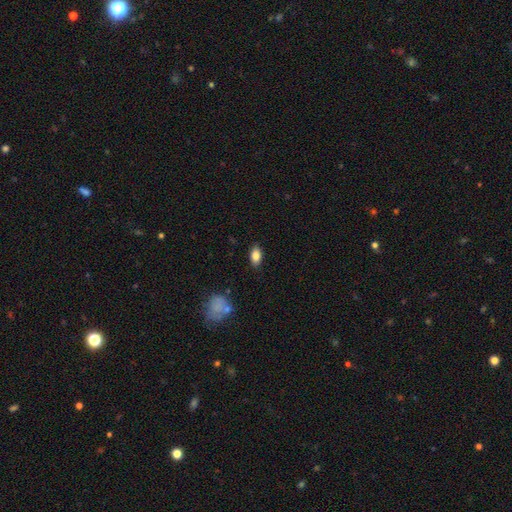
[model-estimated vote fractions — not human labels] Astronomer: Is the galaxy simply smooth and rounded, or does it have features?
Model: smooth — 82%.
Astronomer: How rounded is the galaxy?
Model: in between — 89%.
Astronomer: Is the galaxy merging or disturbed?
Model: none — 87%.